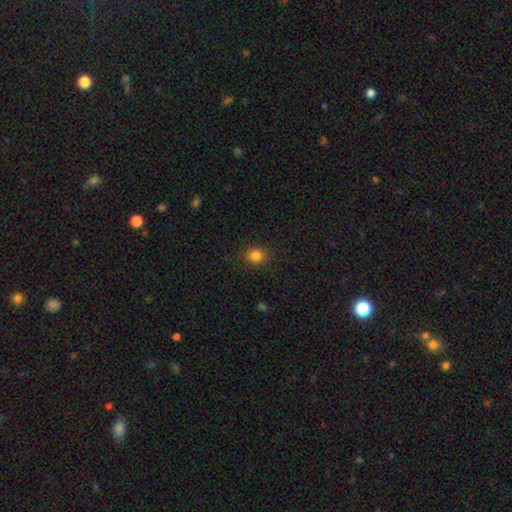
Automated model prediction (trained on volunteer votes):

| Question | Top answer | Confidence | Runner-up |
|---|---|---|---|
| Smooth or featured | smooth | 83% | star or artifact (13%) |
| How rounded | round | 71% | in between (28%) |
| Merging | none | 86% | minor disturbance (10%) |